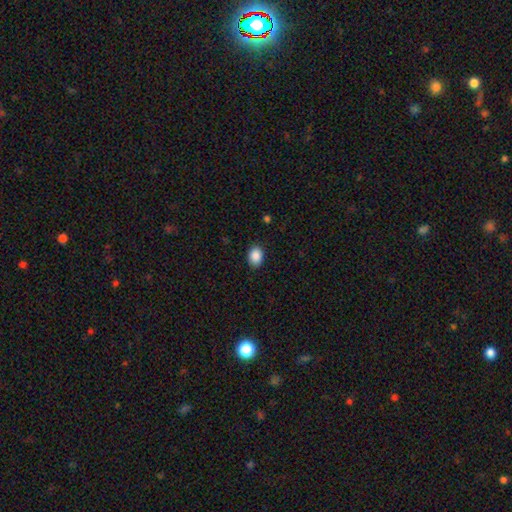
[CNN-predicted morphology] Q: Smooth or featured?
A: smooth (89%); runner-up: star or artifact (8%)
Q: How rounded?
A: in between (71%); runner-up: round (29%)
Q: Merging?
A: none (88%); runner-up: minor disturbance (9%)